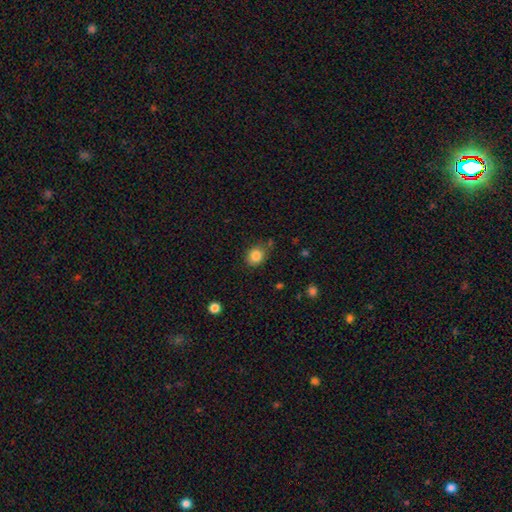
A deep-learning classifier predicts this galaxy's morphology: Overall: smooth (86%). How rounded: round (63%; in between 36%). Merging: none (74%).